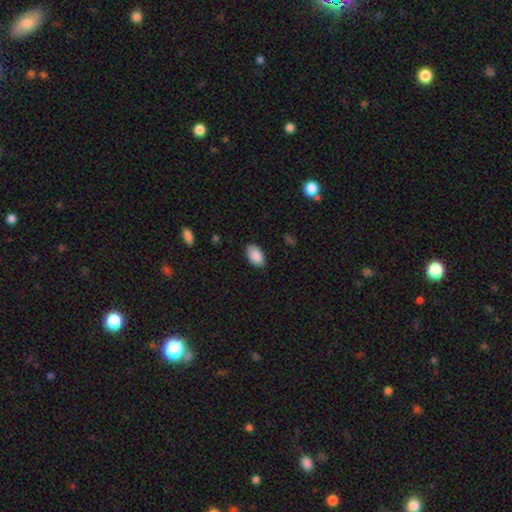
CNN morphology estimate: Smooth or featured?
  - smooth: 89% *
  - star or artifact: 7%
  - featured or disk: 5%
How rounded?
  - in between: 94% *
  - round: 5%
  - cigar-shaped: 2%
Merging?
  - none: 84% *
  - minor disturbance: 12%
  - major disturbance: 2%
  - merger: 1%